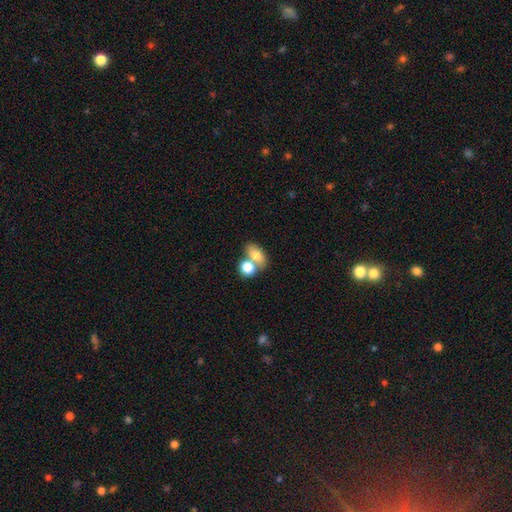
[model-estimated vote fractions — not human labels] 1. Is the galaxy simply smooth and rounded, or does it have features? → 76% smooth, 15% featured or disk, 10% star or artifact.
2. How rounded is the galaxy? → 73% in between, 24% round, 3% cigar-shaped.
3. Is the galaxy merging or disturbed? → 48% merger, 39% none, 9% minor disturbance, 4% major disturbance.